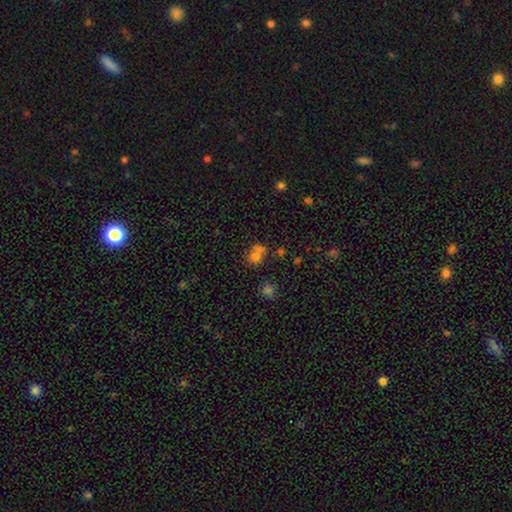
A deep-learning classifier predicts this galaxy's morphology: This is likely a smooth galaxy (70%). How rounded: likely round (70%). Merging: marginally none (43%).